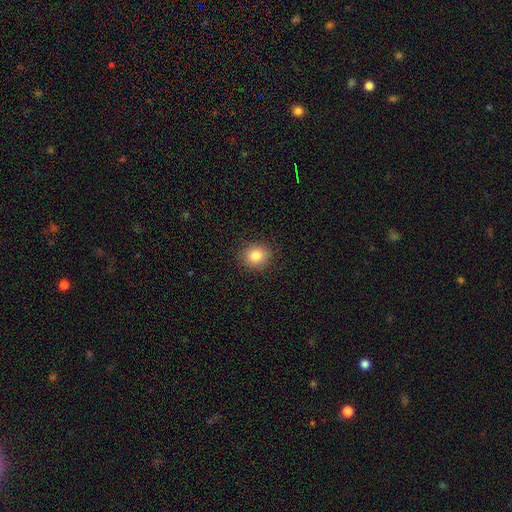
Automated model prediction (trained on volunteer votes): smooth_or_featured: smooth (p=0.83) [alt: star or artifact p=0.11]
how_rounded: round (p=0.80) [alt: in between p=0.19]
merging: none (p=0.90) [alt: minor disturbance p=0.07]